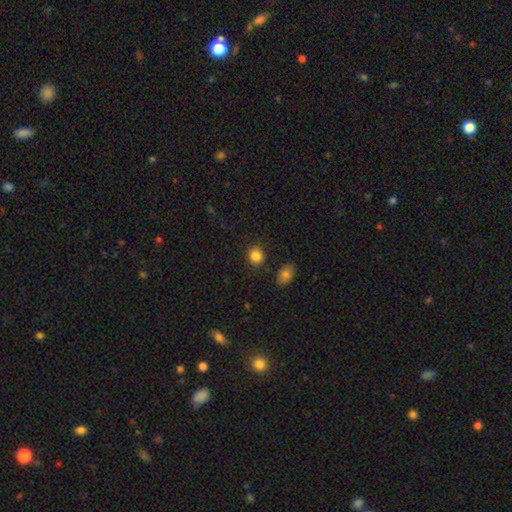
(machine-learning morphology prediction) This is clearly a smooth galaxy (86%). How rounded: likely round (69%). Merging: clearly none (84%).